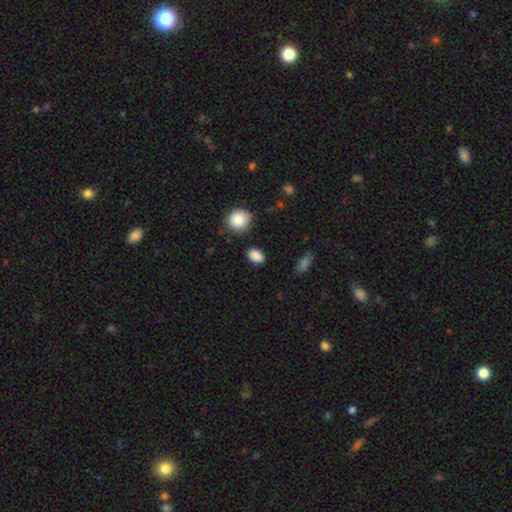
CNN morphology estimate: Overall: smooth (88%). How rounded: in between (82%). Merging: none (85%).